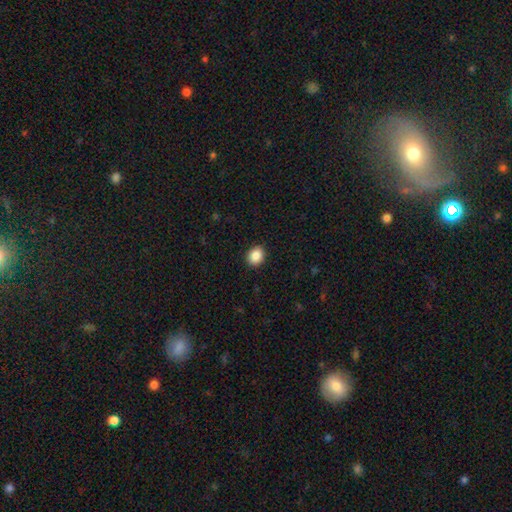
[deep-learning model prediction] Smooth or featured: smooth — 88% (star or artifact — 8%)
How rounded: round — 55% (in between — 44%)
Merging: none — 91% (minor disturbance — 6%)